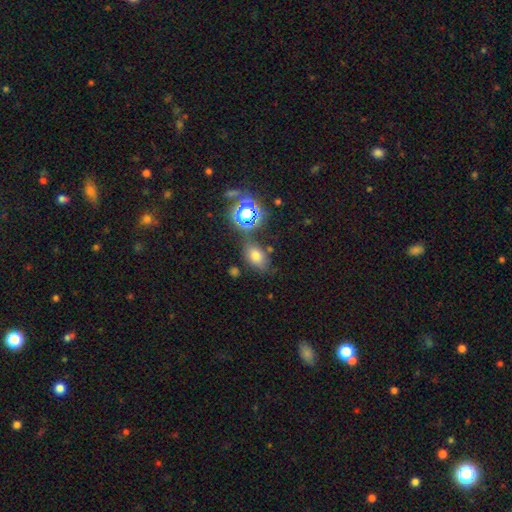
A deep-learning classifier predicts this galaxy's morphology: smooth 65%, star or artifact 23%, featured or disk 12%. Down the decision tree: how rounded — in between (76%); merging — none (70%).